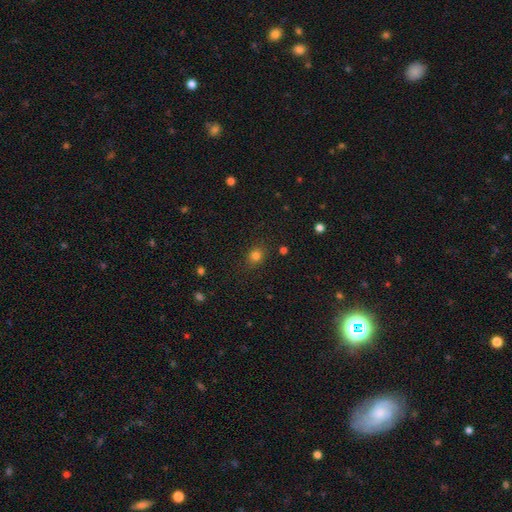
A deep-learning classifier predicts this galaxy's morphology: The model was most divided on "how rounded": round: 71%, in between: 28%, cigar-shaped: 1%. More confident: merging — none (84%); smooth or featured — smooth (80%).